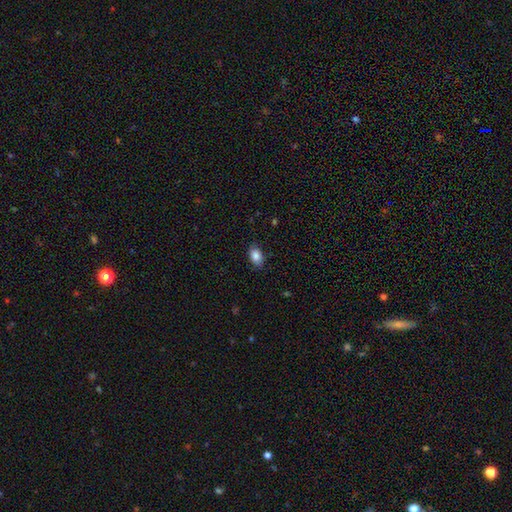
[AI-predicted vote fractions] This appears to be a smooth galaxy with no disk features (86%) that is in between round and cigar-shaped (88%). Merging: none (86%).